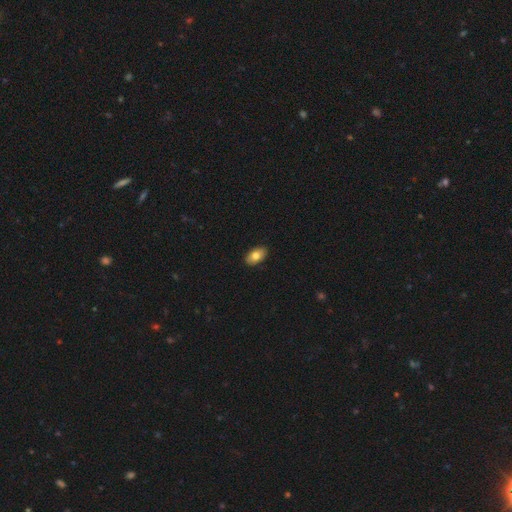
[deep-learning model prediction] A smooth galaxy with no disk features (79%) that is in between round and cigar-shaped (93%). Merging: none (90%).